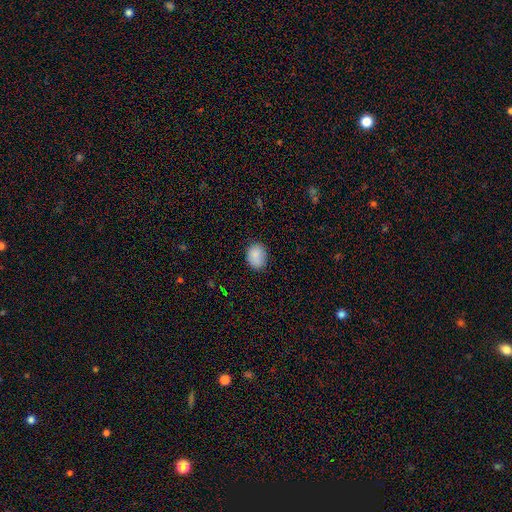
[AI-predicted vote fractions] smooth-or-featured: smooth: 87% | star or artifact: 8% | featured or disk: 5%
  how-rounded: in between: 60% | round: 39% | cigar-shaped: 1%
  merging: none: 77% | minor disturbance: 18% | major disturbance: 3% | merger: 1%